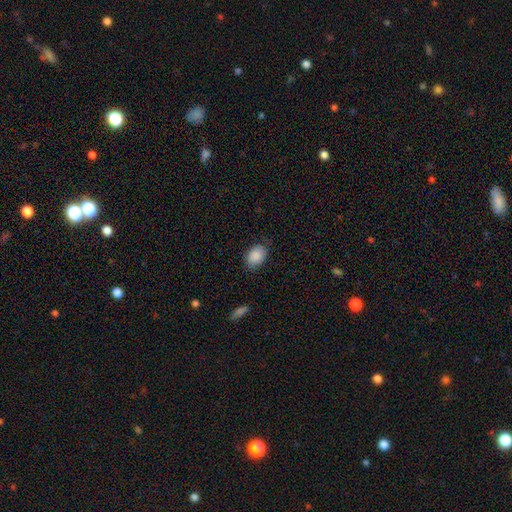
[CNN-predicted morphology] smooth 89%, star or artifact 7%, featured or disk 4%. Down the decision tree: how rounded — in between (79%); merging — none (76%).